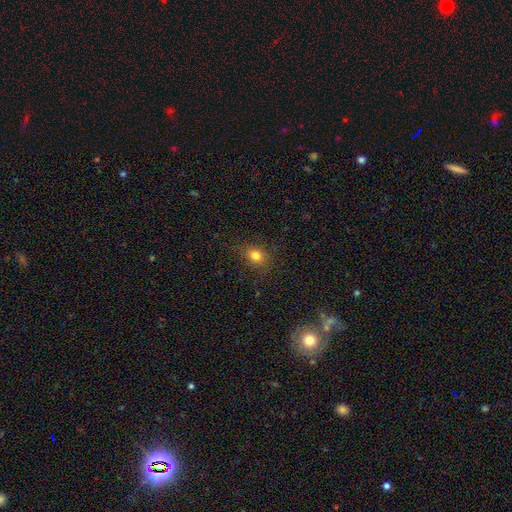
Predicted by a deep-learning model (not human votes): A smooth galaxy with no disk features (78%) that is round (72%). Merging: none (82%).